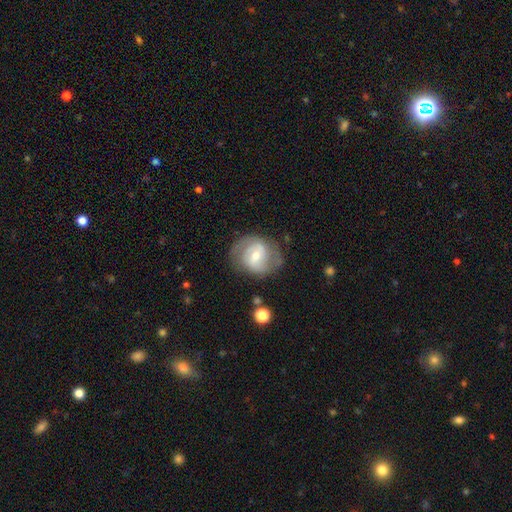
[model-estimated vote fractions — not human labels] Smooth or featured: featured or disk — 71% (smooth — 23%)
Edge-on disk: no — 97% (yes — 3%)
Bar: weak — 51% (no — 26%)
Spiral arms: yes — 85% (no — 15%)
Spiral winding: medium — 48% (tight — 30%)
Spiral arm count: 2 — 80% (can't tell — 12%)
Bulge size: small — 48% (moderate — 46%)
Merging: none — 69% (minor disturbance — 19%)